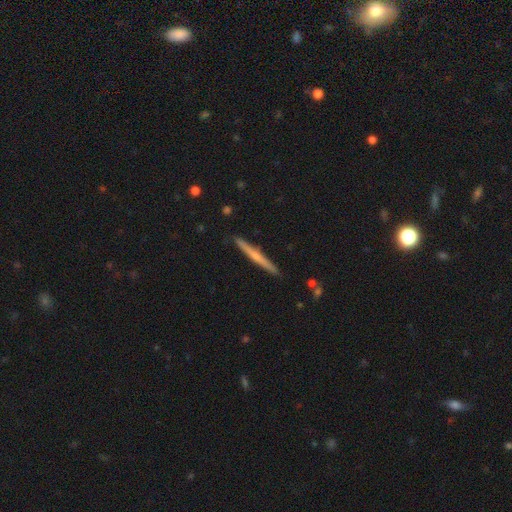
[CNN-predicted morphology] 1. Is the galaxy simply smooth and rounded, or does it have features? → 62% featured or disk, 33% smooth, 5% star or artifact.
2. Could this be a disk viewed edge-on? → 98% yes, 2% no.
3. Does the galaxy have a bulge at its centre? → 63% rounded, 32% none, 6% boxy.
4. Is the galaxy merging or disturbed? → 91% none, 6% minor disturbance, 1% merger, 1% major disturbance.